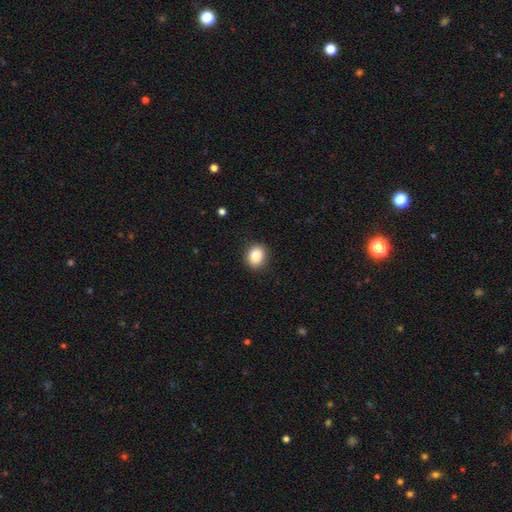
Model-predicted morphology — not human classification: smooth_or_featured: smooth (p=0.88) [alt: star or artifact p=0.09]
how_rounded: round (p=0.50) [alt: in between p=0.49]
merging: none (p=0.87) [alt: minor disturbance p=0.09]